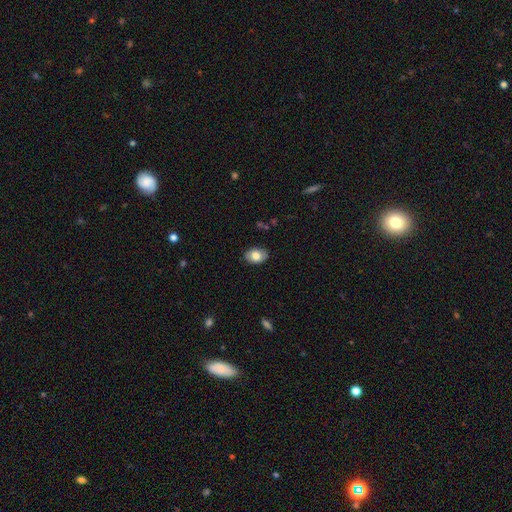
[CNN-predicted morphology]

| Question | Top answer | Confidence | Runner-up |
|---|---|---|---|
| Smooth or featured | smooth | 78% | featured or disk (15%) |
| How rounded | in between | 83% | round (16%) |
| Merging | none | 86% | minor disturbance (11%) |